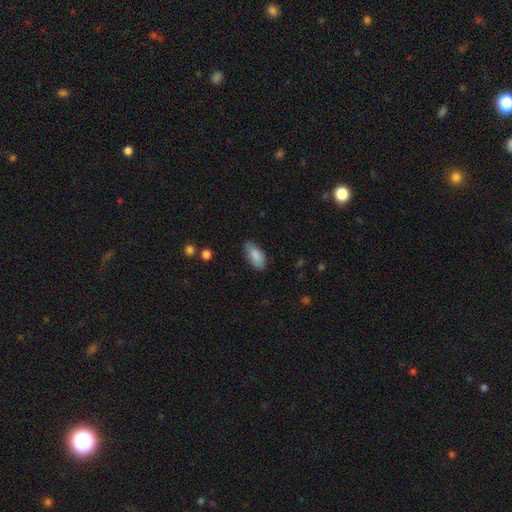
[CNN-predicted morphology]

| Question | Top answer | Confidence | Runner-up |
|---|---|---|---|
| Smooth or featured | smooth | 85% | featured or disk (8%) |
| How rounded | in between | 88% | cigar-shaped (9%) |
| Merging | none | 70% | minor disturbance (24%) |